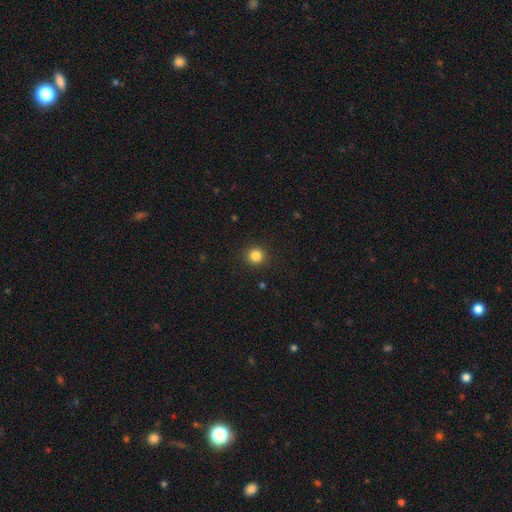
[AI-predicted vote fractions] Morphology: type=smooth (84%); roundness=round (94%); merging=none (92%).